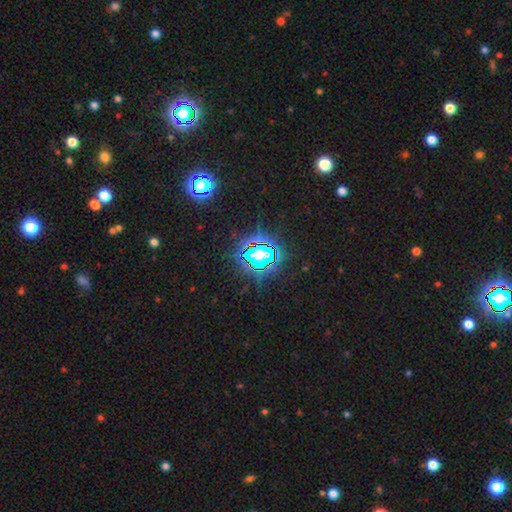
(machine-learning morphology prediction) type=star or artifact (75%).